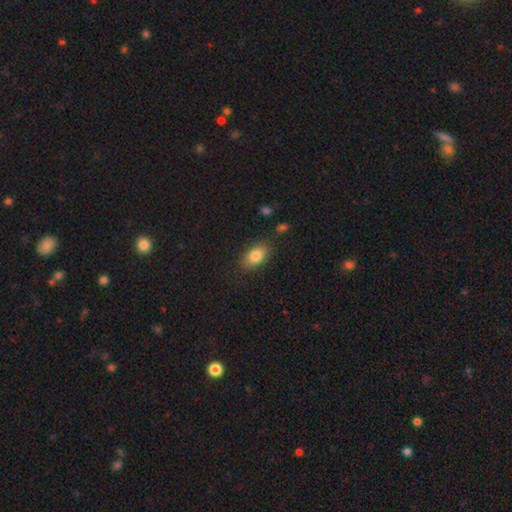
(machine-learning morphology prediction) smooth-or-featured: smooth: 83% | featured or disk: 9% | star or artifact: 8%
  how-rounded: in between: 88% | round: 9% | cigar-shaped: 3%
  merging: none: 82% | minor disturbance: 13% | major disturbance: 3% | merger: 2%